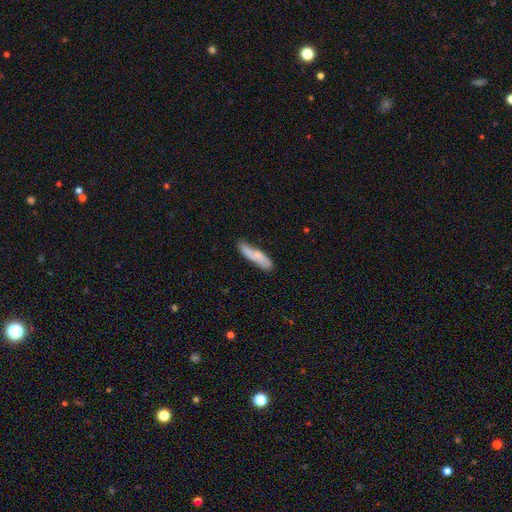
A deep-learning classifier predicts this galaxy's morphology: This appears to be a smooth galaxy with no disk features (65%) that is cigar-shaped (74%). Merging: none (63%).